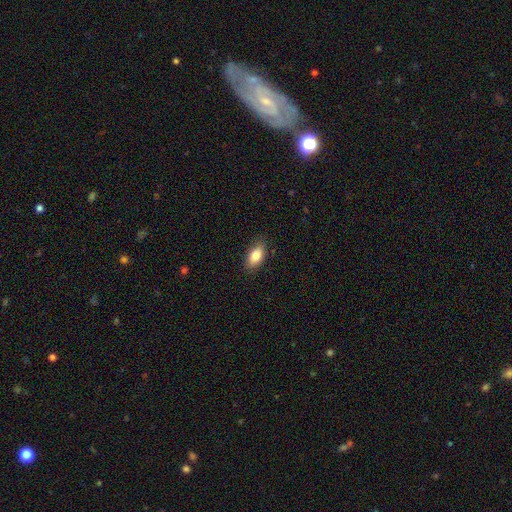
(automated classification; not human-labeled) Morphology: type=smooth (82%); roundness=in between (90%); merging=none (85%).